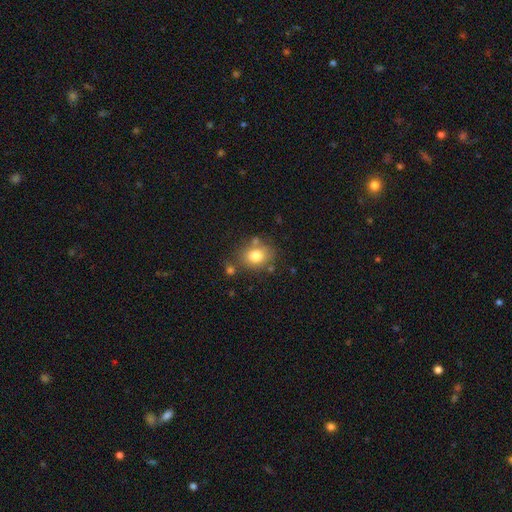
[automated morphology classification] smooth_or_featured: smooth (p=0.78) [alt: featured or disk p=0.11]
how_rounded: round (p=0.50) [alt: in between p=0.49]
merging: none (p=0.71) [alt: minor disturbance p=0.15]